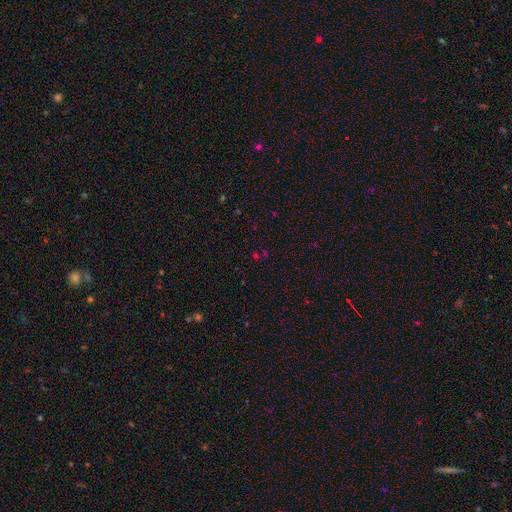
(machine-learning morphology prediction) Smooth or featured? Predicted: star or artifact (p=0.61).